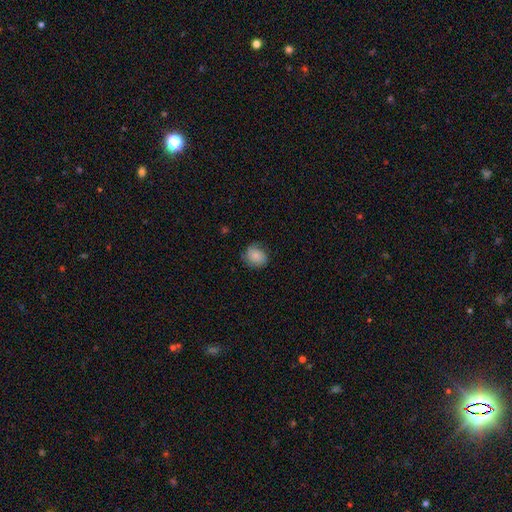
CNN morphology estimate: This is likely a smooth galaxy (72%). How rounded: likely round (66%). Merging: likely none (72%).